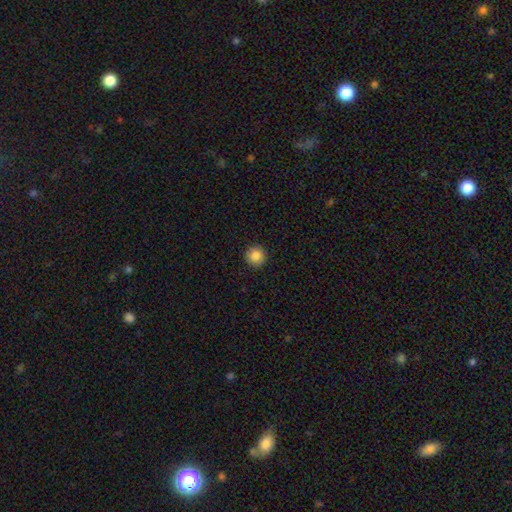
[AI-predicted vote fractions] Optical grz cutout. It shows a smooth galaxy with no disk features (87%) that is round (96%). Merging: none (93%).